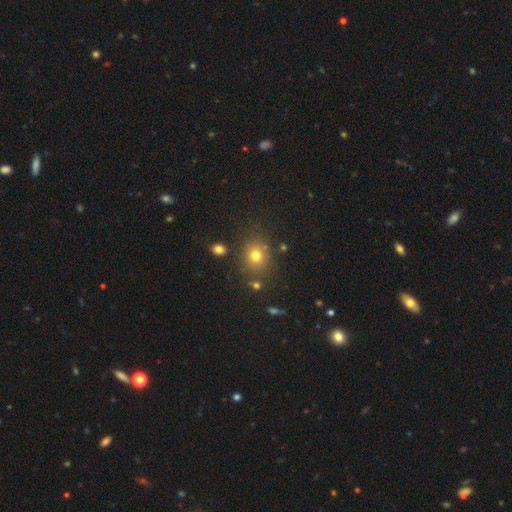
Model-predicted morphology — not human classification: The model was most divided on "how rounded": round: 75%, in between: 24%, cigar-shaped: 1%. More confident: merging — none (79%); smooth or featured — smooth (75%).